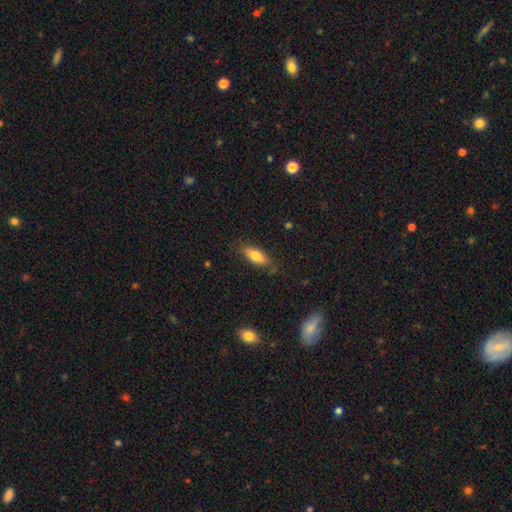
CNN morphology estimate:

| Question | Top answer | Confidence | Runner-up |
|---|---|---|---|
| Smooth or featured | smooth | 78% | featured or disk (15%) |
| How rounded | in between | 76% | cigar-shaped (21%) |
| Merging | none | 77% | minor disturbance (18%) |